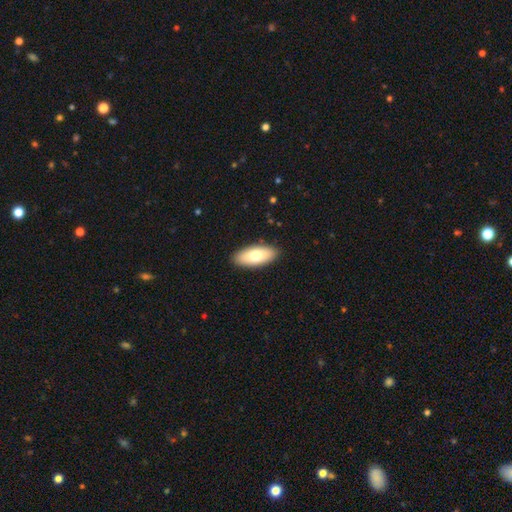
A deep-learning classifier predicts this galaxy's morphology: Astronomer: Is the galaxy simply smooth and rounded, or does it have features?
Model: smooth — 74%.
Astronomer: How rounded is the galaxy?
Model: in between — 86%.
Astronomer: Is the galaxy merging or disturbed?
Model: none — 89%.